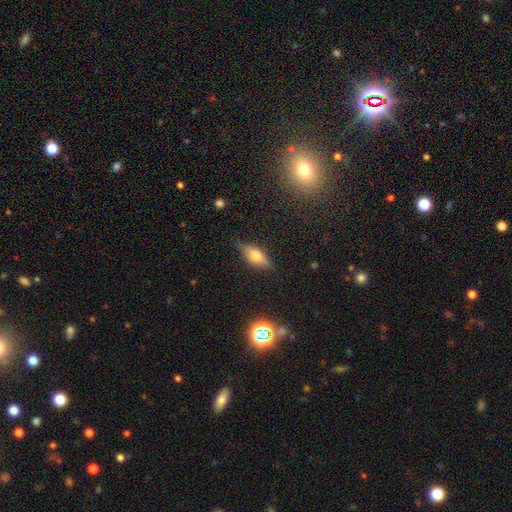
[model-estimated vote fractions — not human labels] smooth-or-featured: smooth: 51% | featured or disk: 39% | star or artifact: 10%
  how-rounded: in between: 69% | cigar-shaped: 26% | round: 5%
  merging: none: 80% | minor disturbance: 15% | major disturbance: 3% | merger: 1%